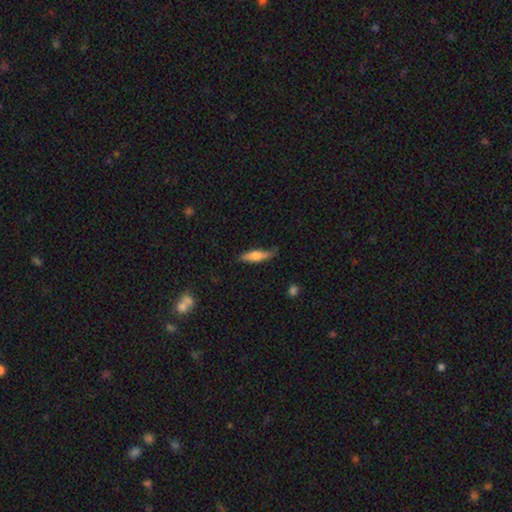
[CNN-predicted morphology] A smooth galaxy with no disk features (66%) that is cigar-shaped (69%). Merging: none (70%).